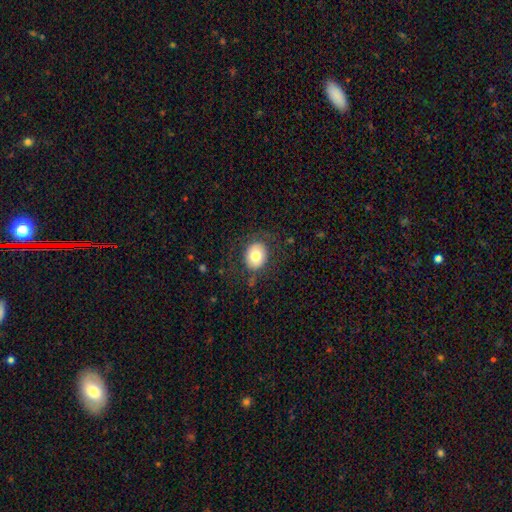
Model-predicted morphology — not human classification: smooth_or_featured: smooth (p=0.74) [alt: featured or disk p=0.17]
how_rounded: round (p=0.56) [alt: in between p=0.43]
merging: none (p=0.76) [alt: minor disturbance p=0.13]